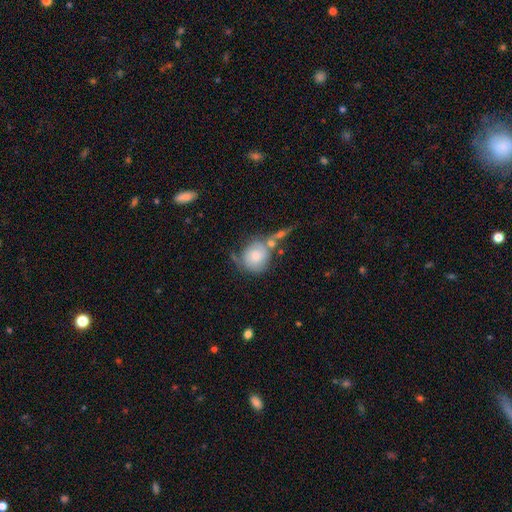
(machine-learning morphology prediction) Overall: smooth (60%; featured or disk 33%). How rounded: round (81%). Merging: none (40%; merger 24%).